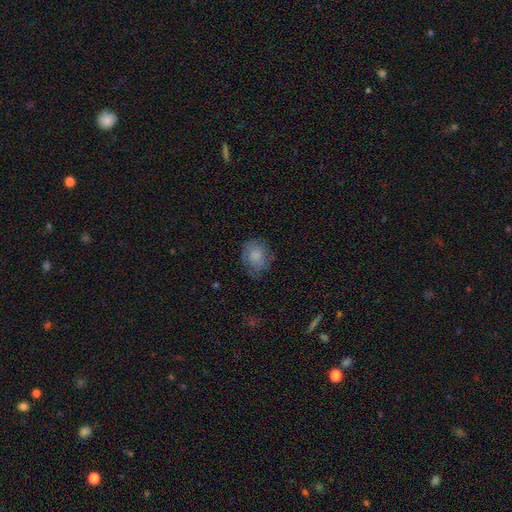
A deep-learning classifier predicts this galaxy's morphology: Smooth or featured? Predicted: smooth (p=0.68). How rounded? Predicted: round (p=0.63). Merging? Predicted: none (p=0.65).